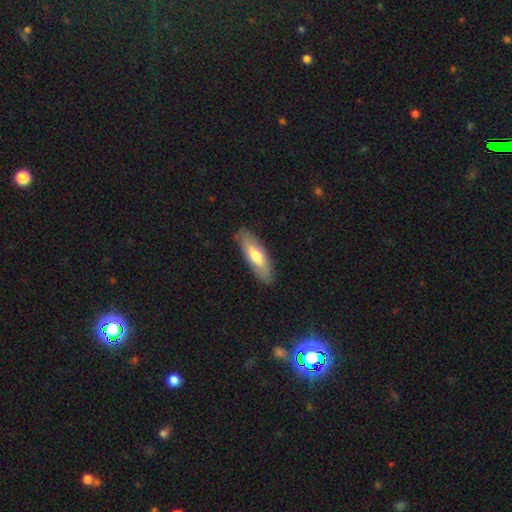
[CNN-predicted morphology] Smooth or featured? smooth (62%)
How rounded? in between (56%)
Merging? none (85%)